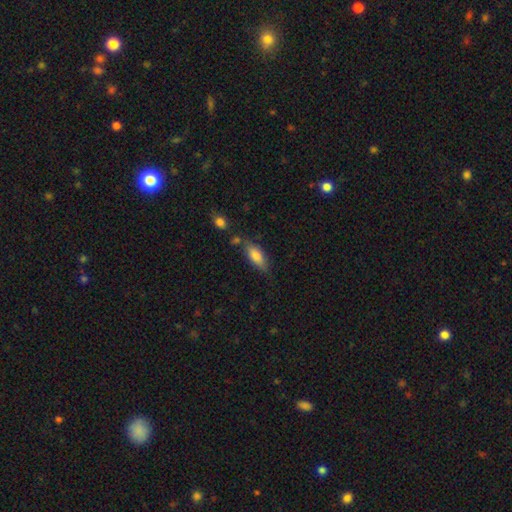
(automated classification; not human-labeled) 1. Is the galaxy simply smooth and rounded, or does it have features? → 80% smooth, 13% featured or disk, 7% star or artifact.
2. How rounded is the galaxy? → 77% in between, 21% cigar-shaped, 2% round.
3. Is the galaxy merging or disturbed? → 65% none, 20% minor disturbance, 10% merger, 5% major disturbance.